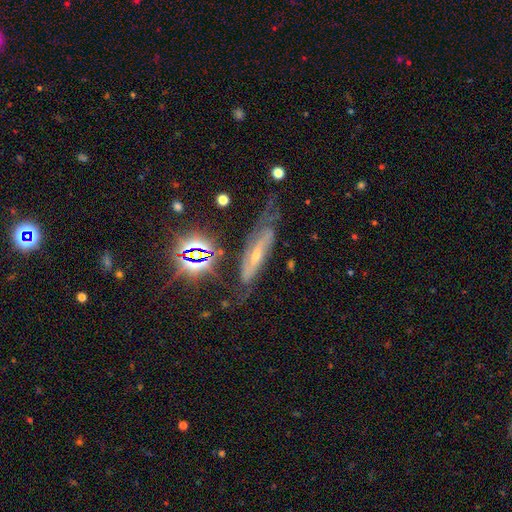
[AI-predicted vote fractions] Smooth or featured? featured or disk (67%)
Edge-on disk? no (68%)
Merging? none (53%)